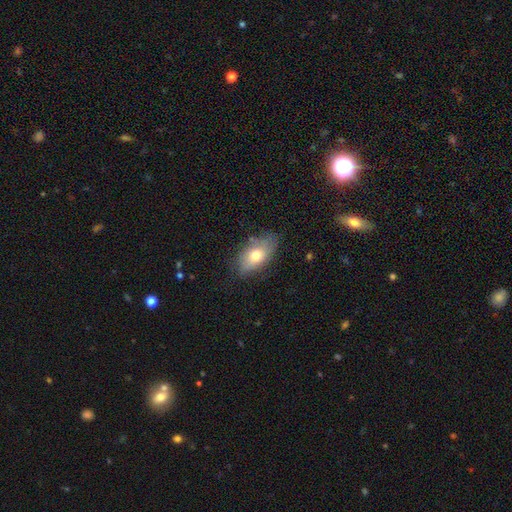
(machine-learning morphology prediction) smooth-or-featured: smooth: 72% | featured or disk: 20% | star or artifact: 8%
  how-rounded: in between: 90% | round: 7% | cigar-shaped: 3%
  merging: none: 69% | minor disturbance: 23% | major disturbance: 6% | merger: 2%